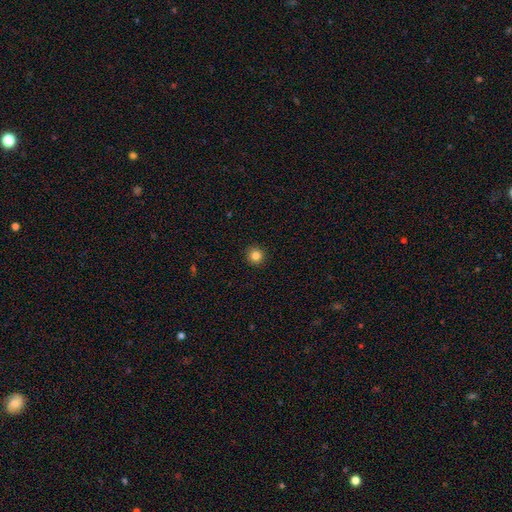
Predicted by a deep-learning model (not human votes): Smooth or featured: smooth — 83% (star or artifact — 12%)
How rounded: round — 95% (in between — 4%)
Merging: none — 93% (minor disturbance — 5%)